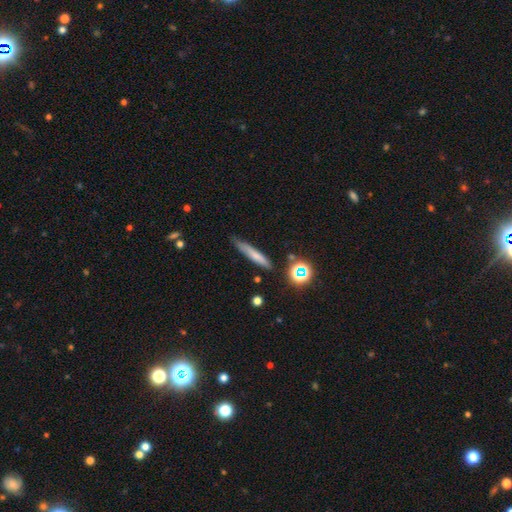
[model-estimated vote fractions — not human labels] Overall: smooth (66%). How rounded: cigar-shaped (89%). Merging: none (74%).